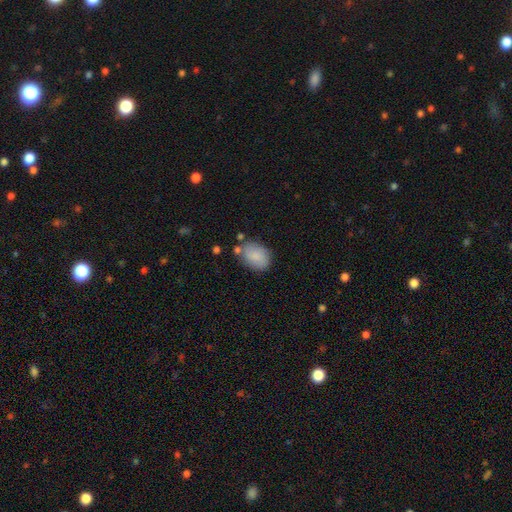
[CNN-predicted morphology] This appears to be a smooth galaxy with no disk features (84%) that is in between round and cigar-shaped (79%). Merging: none (69%).